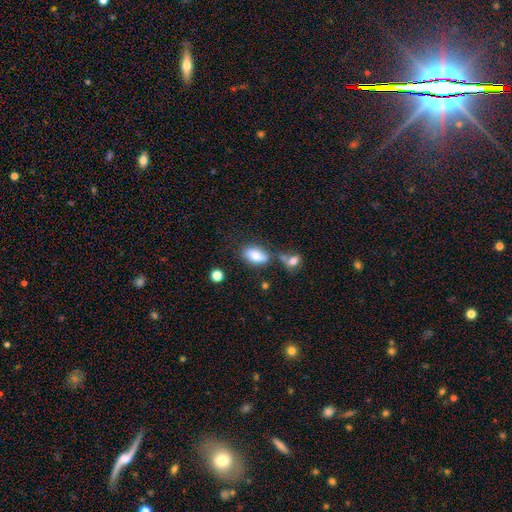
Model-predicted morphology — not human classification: smooth_or_featured: smooth (p=0.78) [alt: featured or disk p=0.14]
how_rounded: in between (p=0.90) [alt: cigar-shaped p=0.06]
merging: none (p=0.61) [alt: minor disturbance p=0.17]